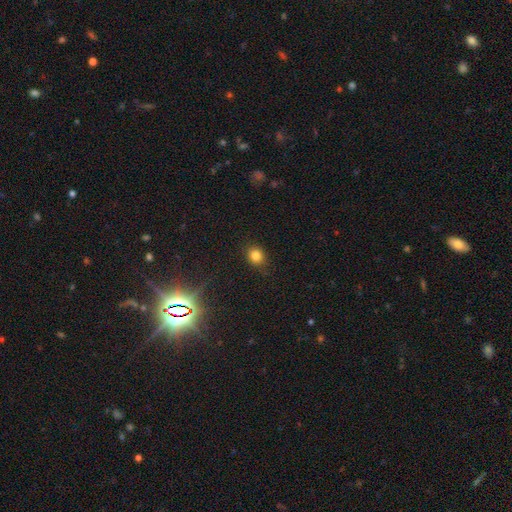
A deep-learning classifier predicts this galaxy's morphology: smooth-or-featured: smooth: 80% | star or artifact: 14% | featured or disk: 6%
  how-rounded: round: 73% | in between: 25% | cigar-shaped: 1%
  merging: none: 84% | minor disturbance: 12% | major disturbance: 3% | merger: 1%